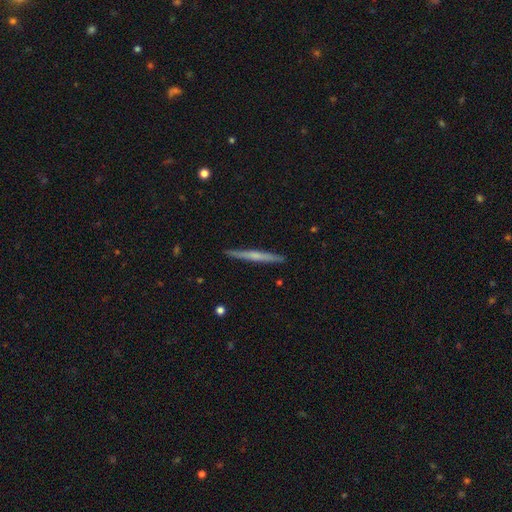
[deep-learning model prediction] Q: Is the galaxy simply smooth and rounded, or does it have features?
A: featured or disk — 54%.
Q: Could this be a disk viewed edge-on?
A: yes — 98%.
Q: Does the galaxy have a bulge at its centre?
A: none — 57%.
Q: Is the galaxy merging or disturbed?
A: none — 92%.